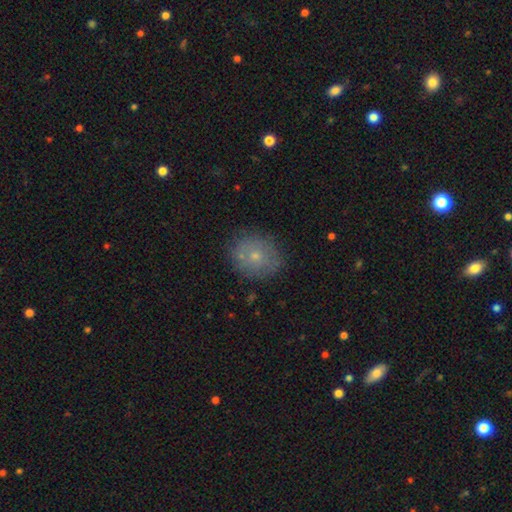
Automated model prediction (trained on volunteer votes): Q: Smooth or featured?
A: smooth (64%); runner-up: featured or disk (24%)
Q: How rounded?
A: round (77%); runner-up: in between (22%)
Q: Merging?
A: none (78%); runner-up: minor disturbance (14%)